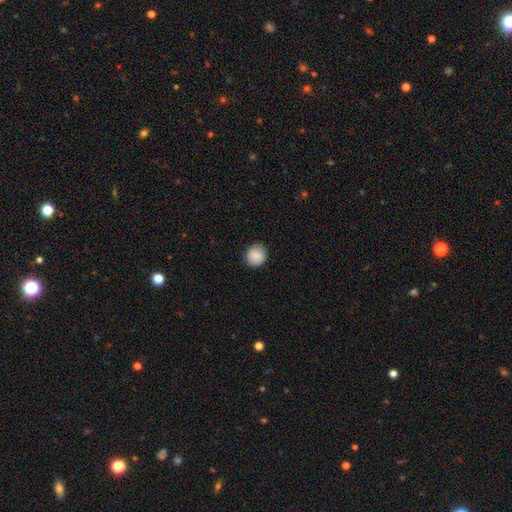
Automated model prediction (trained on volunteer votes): smooth 89%, star or artifact 7%, featured or disk 3%. Down the decision tree: how rounded — round (88%); merging — none (89%).